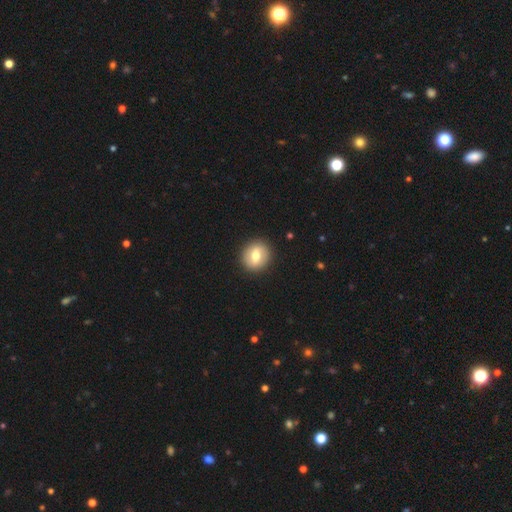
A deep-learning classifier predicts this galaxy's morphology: Smooth or featured: smooth — 64% (featured or disk — 28%)
How rounded: round — 81% (in between — 18%)
Merging: none — 91% (minor disturbance — 6%)